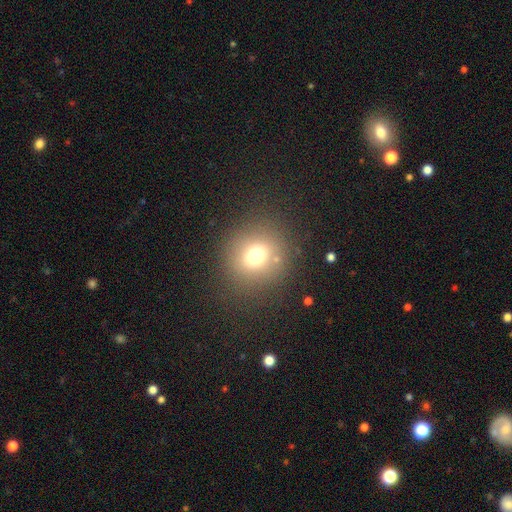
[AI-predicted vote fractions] This is likely a smooth galaxy (72%). How rounded: clearly round (84%). Merging: clearly none (83%).